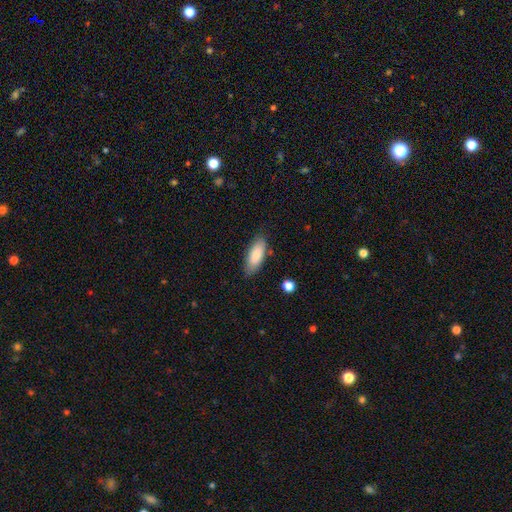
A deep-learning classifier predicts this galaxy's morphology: smooth-or-featured: smooth: 84% | featured or disk: 9% | star or artifact: 6%
  how-rounded: in between: 73% | cigar-shaped: 26% | round: 2%
  merging: none: 81% | minor disturbance: 14% | major disturbance: 3% | merger: 2%